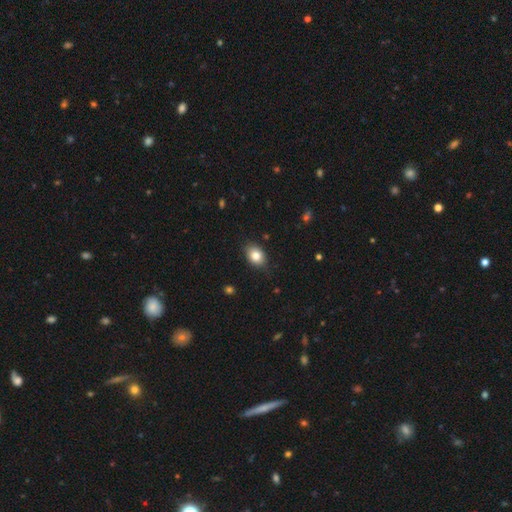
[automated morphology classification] Smooth or featured? smooth (82%)
How rounded? in between (74%)
Merging? none (81%)